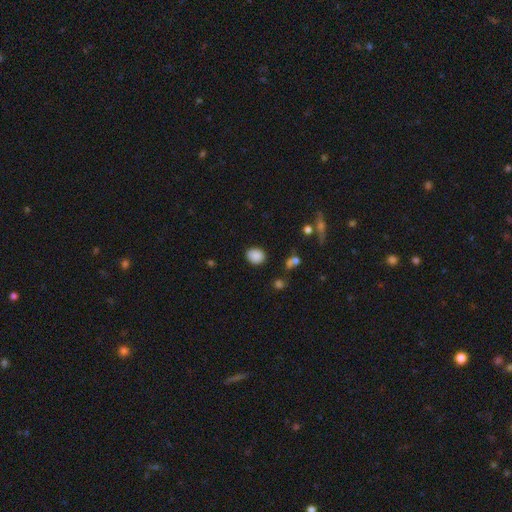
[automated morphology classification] Smooth or featured: smooth — 85% (star or artifact — 11%)
How rounded: round — 56% (in between — 43%)
Merging: none — 83% (minor disturbance — 12%)